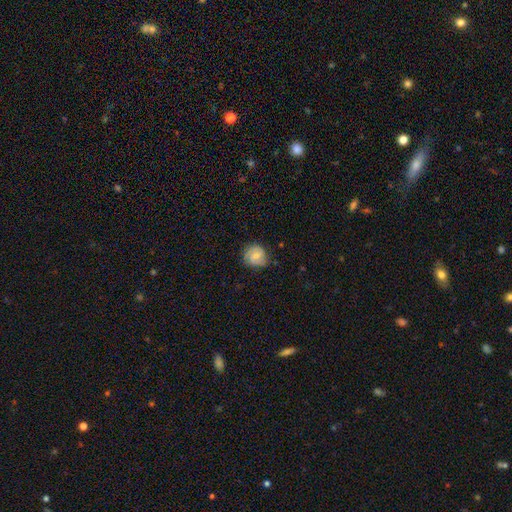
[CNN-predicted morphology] Smooth or featured: smooth — 50% (featured or disk — 42%)
How rounded: round — 84% (in between — 15%)
Merging: none — 74% (minor disturbance — 20%)